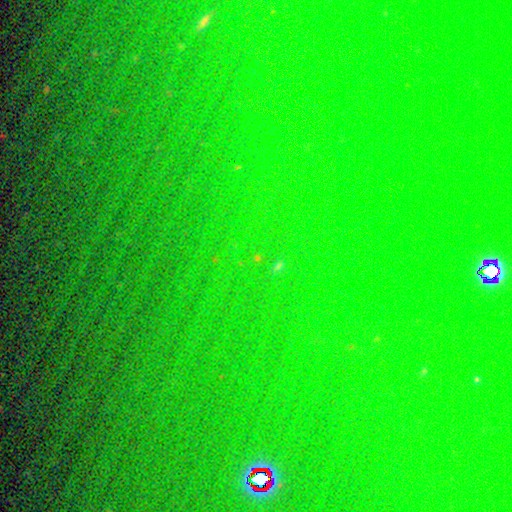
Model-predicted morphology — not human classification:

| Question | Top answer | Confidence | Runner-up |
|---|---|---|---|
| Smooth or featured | star or artifact | 79% | smooth (12%) |